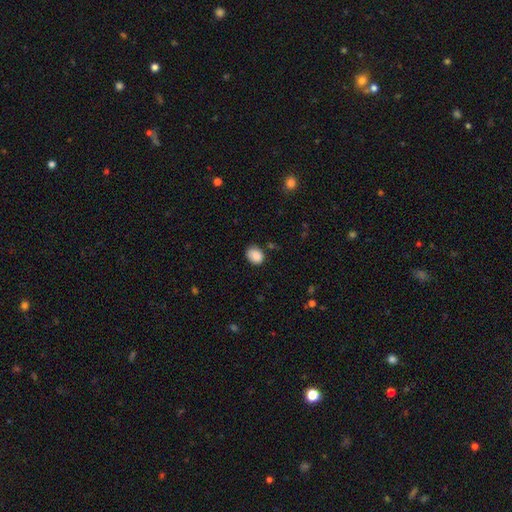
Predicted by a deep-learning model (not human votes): smooth-or-featured: smooth: 88% | star or artifact: 8% | featured or disk: 4%
  how-rounded: in between: 52% | round: 47% | cigar-shaped: 1%
  merging: none: 74% | minor disturbance: 19% | major disturbance: 4% | merger: 2%